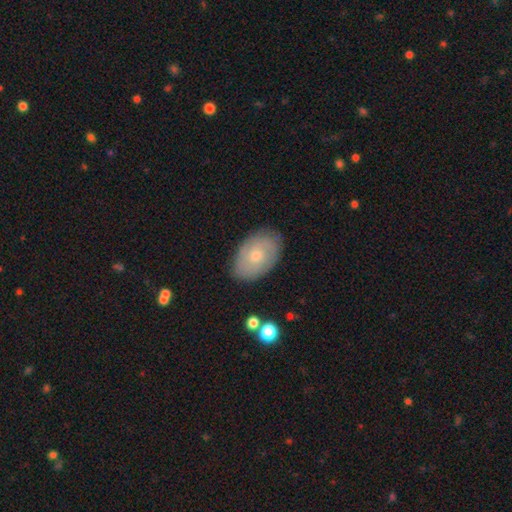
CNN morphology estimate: Smooth or featured? Predicted: smooth (p=0.50). Merging? Predicted: none (p=0.84).